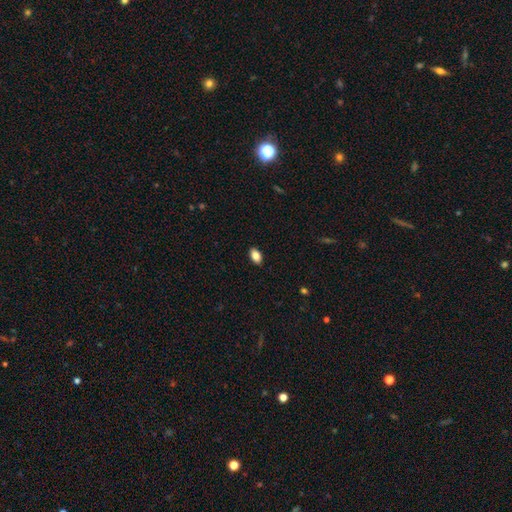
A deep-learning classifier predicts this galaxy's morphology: smooth 86%, star or artifact 8%, featured or disk 6%. Down the decision tree: how rounded — in between (91%); merging — none (89%).